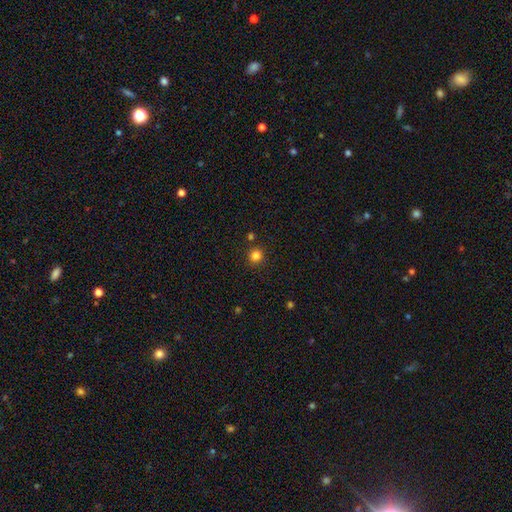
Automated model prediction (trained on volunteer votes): smooth-or-featured: smooth: 82% | star or artifact: 13% | featured or disk: 4%
  how-rounded: round: 94% | in between: 5% | cigar-shaped: 1%
  merging: none: 87% | minor disturbance: 6% | merger: 4% | major disturbance: 2%